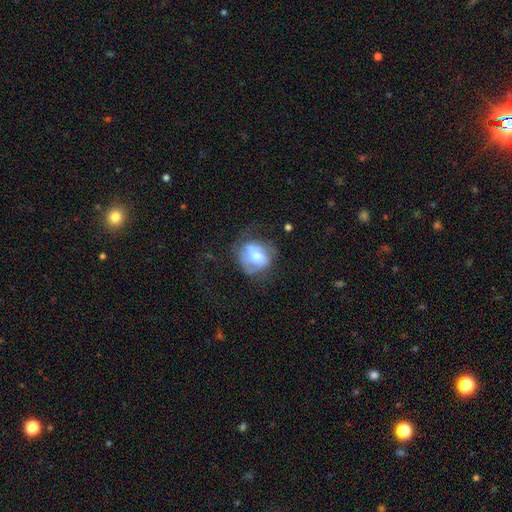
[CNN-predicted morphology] A smooth galaxy with no disk features (47%).

Vote fractions:
- Smooth or featured? smooth: 47% / featured or disk: 45% / star or artifact: 8%
- Merging? none: 44% / minor disturbance: 28% / major disturbance: 25% / merger: 3%